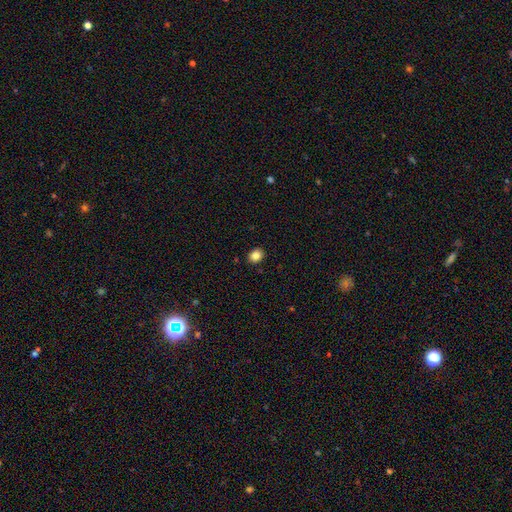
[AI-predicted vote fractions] Q: Smooth or featured?
A: smooth (84%); runner-up: star or artifact (11%)
Q: How rounded?
A: round (56%); runner-up: in between (44%)
Q: Merging?
A: none (90%); runner-up: minor disturbance (7%)